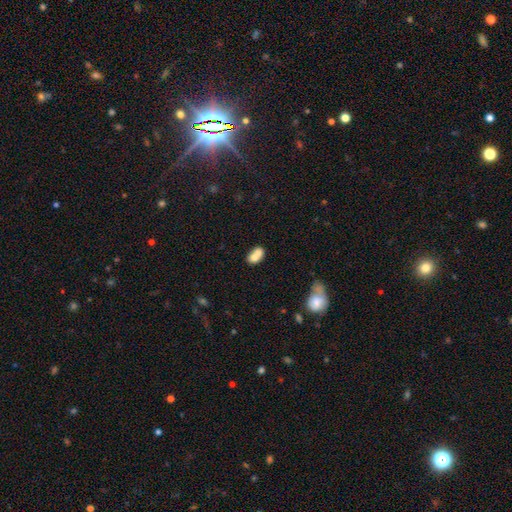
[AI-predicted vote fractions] Smooth or featured? smooth (70%)
How rounded? in between (63%)
Merging? merger (66%)